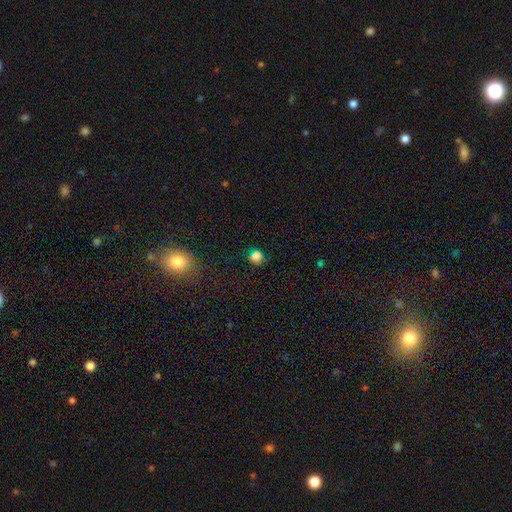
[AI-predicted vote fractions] Smooth or featured: smooth — 73% (star or artifact — 22%)
How rounded: round — 80% (in between — 19%)
Merging: none — 79% (minor disturbance — 13%)